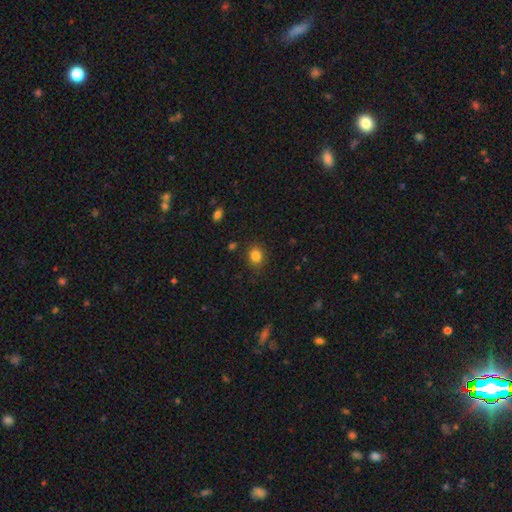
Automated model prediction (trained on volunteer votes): A smooth galaxy with no disk features (83%) that is round (62%).

Vote fractions:
- Smooth or featured? smooth: 83% / star or artifact: 11% / featured or disk: 5%
- How rounded? round: 62% / in between: 37% / cigar-shaped: 1%
- Merging? none: 84% / minor disturbance: 11% / major disturbance: 3% / merger: 2%